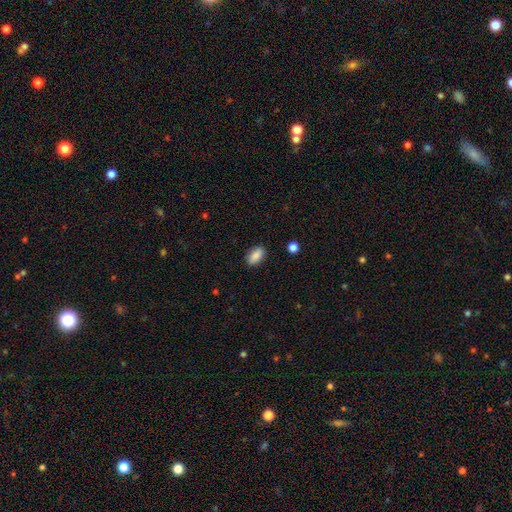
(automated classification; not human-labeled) Overall: smooth (86%). How rounded: in between (90%). Merging: none (87%).